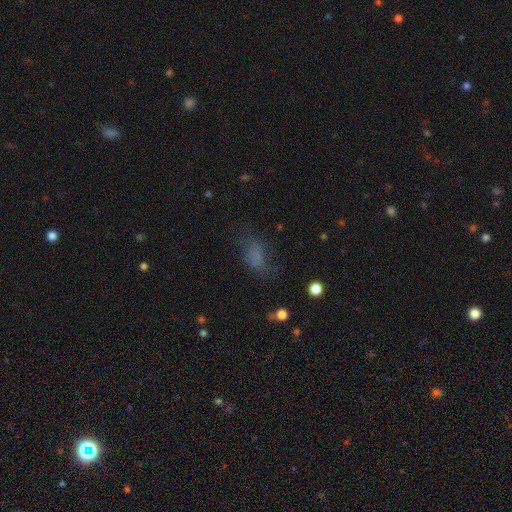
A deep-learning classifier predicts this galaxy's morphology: Q: Smooth or featured?
A: smooth (67%); runner-up: star or artifact (17%)
Q: How rounded?
A: in between (84%); runner-up: round (11%)
Q: Merging?
A: none (49%); runner-up: major disturbance (24%)